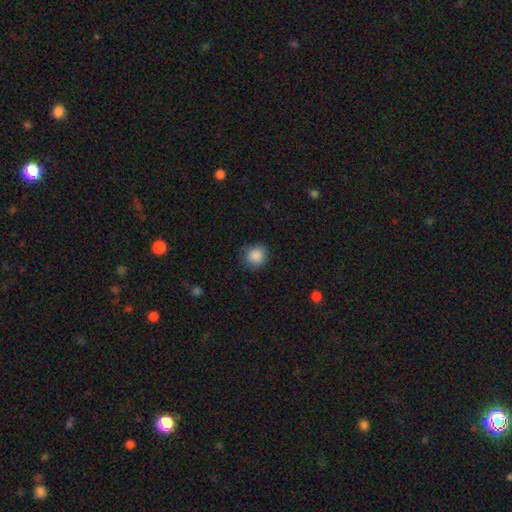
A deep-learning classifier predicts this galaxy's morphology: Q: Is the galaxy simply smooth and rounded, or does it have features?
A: smooth — 88%.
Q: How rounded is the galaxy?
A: round — 87%.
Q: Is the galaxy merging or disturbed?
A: none — 83%.